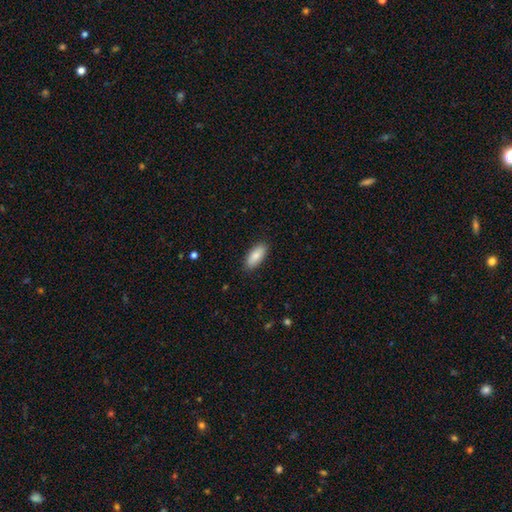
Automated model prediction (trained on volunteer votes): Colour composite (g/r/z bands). It shows a smooth galaxy with no disk features (86%) that is in between round and cigar-shaped (84%). Merging: none (88%).